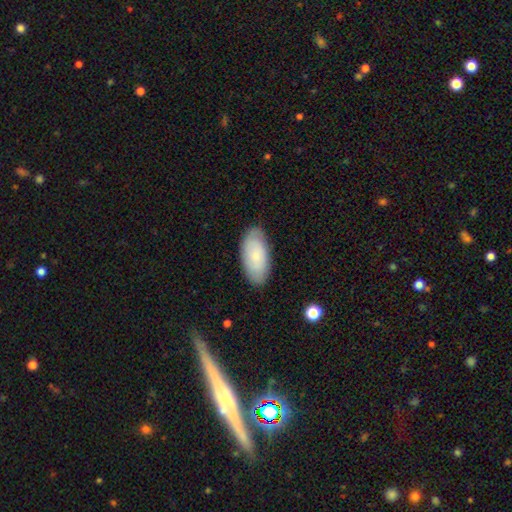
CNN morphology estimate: Smooth or featured? smooth (73%)
How rounded? in between (93%)
Merging? none (82%)